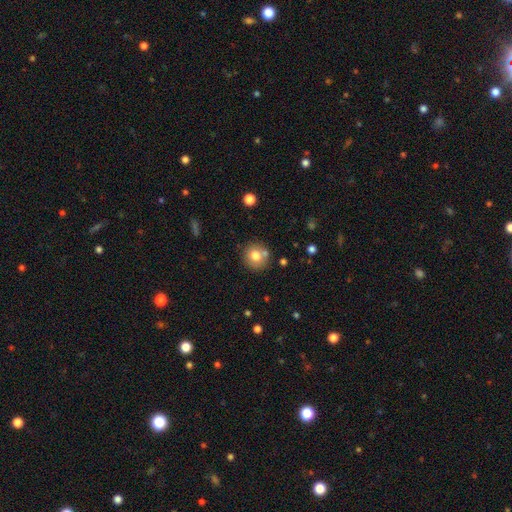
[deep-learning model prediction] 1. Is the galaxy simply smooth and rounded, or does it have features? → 75% smooth, 14% featured or disk, 10% star or artifact.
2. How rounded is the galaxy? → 89% round, 10% in between, 1% cigar-shaped.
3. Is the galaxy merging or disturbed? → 72% none, 14% merger, 11% minor disturbance, 3% major disturbance.